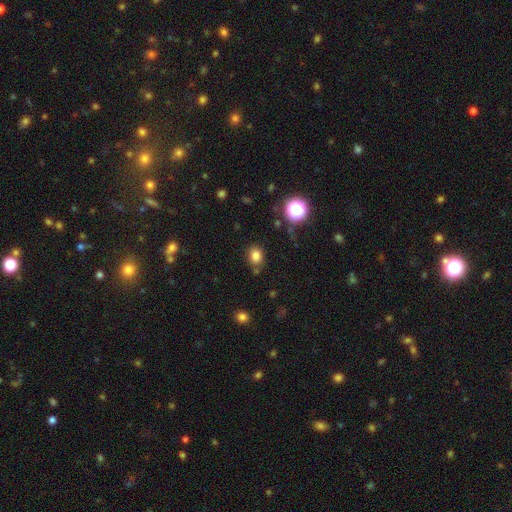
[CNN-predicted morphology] This appears to be a smooth galaxy with no disk features (80%) that is round (61%). Merging: none (80%).